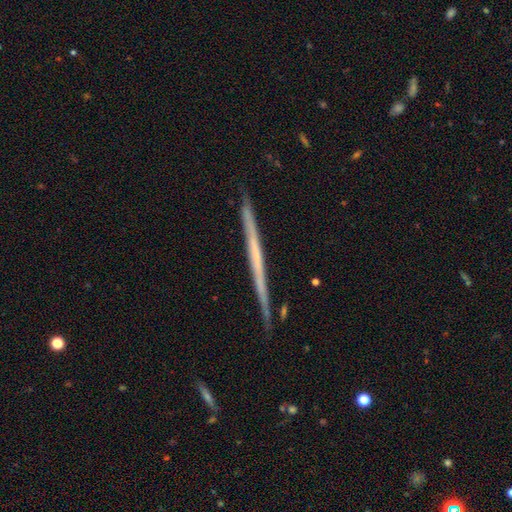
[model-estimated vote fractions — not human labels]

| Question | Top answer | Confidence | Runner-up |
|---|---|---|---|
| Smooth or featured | featured or disk | 62% | smooth (32%) |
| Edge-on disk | yes | 98% | no (2%) |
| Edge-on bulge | none | 89% | rounded (8%) |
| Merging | none | 89% | minor disturbance (8%) |